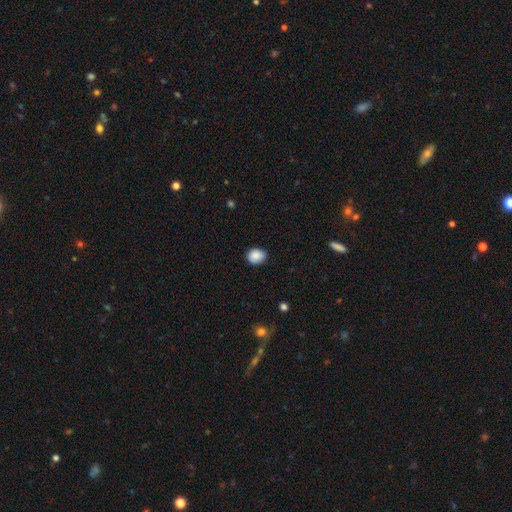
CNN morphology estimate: Q: Smooth or featured?
A: smooth (87%); runner-up: star or artifact (8%)
Q: How rounded?
A: round (55%); runner-up: in between (44%)
Q: Merging?
A: none (80%); runner-up: minor disturbance (16%)